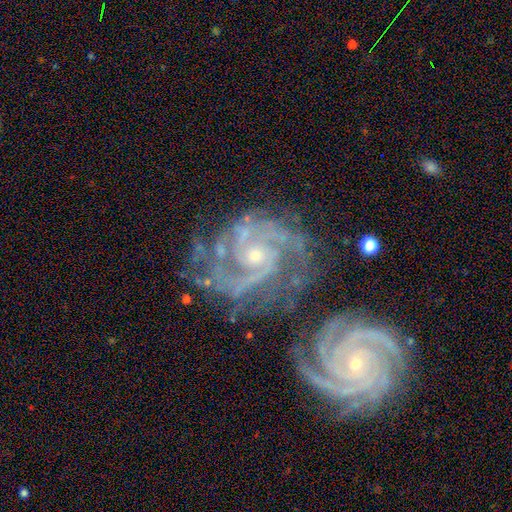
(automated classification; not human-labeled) smooth-or-featured: featured or disk: 92% | star or artifact: 5% | smooth: 3%
  disk-edge-on: no: 97% | yes: 3%
    bar: no: 68% | weak: 22% | strong: 10%
    has-spiral-arms: yes: 99% | no: 1%
      spiral-winding: tight: 65% | medium: 32% | loose: 4%
      spiral-arm-count: 3: 38% | 2: 21% | 4: 19% | can't tell: 10% | more than 4: 7% | 1: 6%
    bulge-size: small: 71% | moderate: 25% | none: 1% | large: 1% | dominant: 1%
  merging: none: 52% | merger: 20% | minor disturbance: 19% | major disturbance: 9%